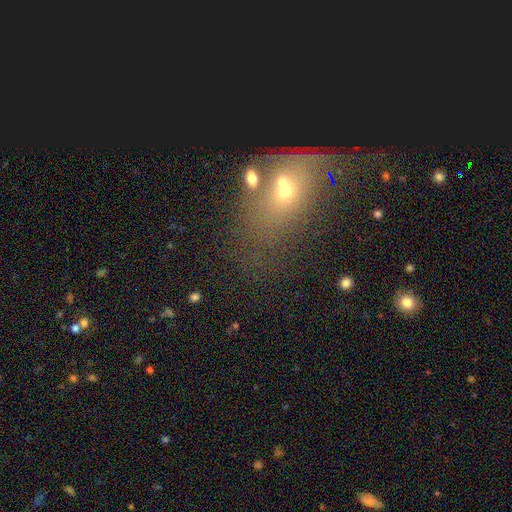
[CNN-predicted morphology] This is possibly a smooth galaxy (47%). Merging: marginally major disturbance (35%).